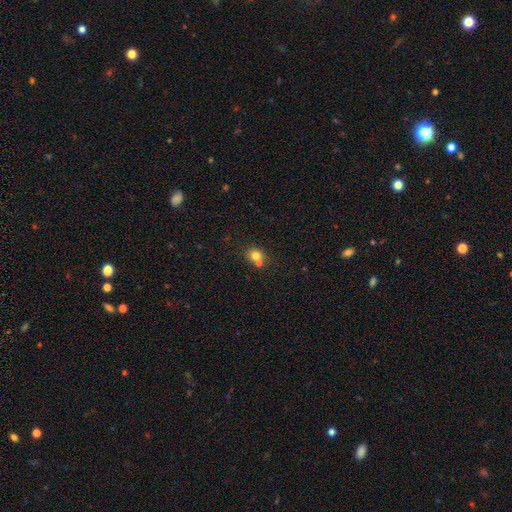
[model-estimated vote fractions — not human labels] Smooth or featured?
  - smooth: 77% *
  - star or artifact: 12%
  - featured or disk: 10%
How rounded?
  - round: 75% *
  - in between: 24%
  - cigar-shaped: 1%
Merging?
  - none: 48% *
  - merger: 40%
  - minor disturbance: 9%
  - major disturbance: 3%